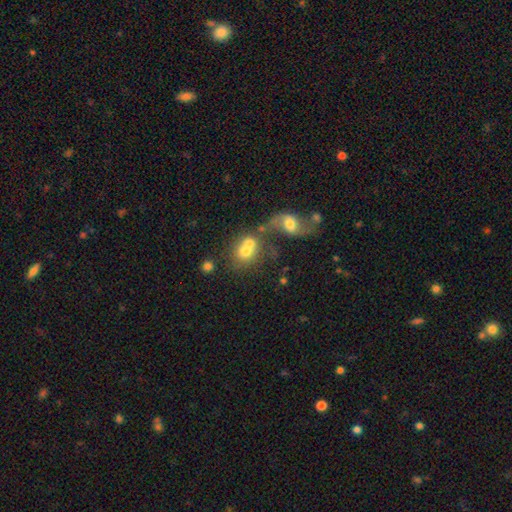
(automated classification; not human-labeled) Smooth or featured? smooth (46%)
Merging? merger (59%)